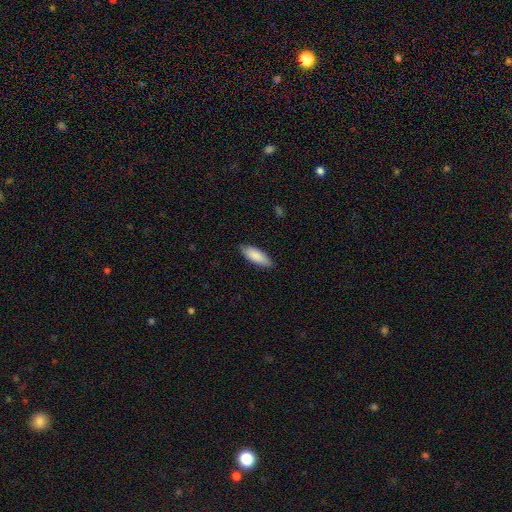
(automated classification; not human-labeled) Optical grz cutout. It shows a smooth galaxy with no disk features (88%) that is in between round and cigar-shaped (69%). Merging: none (86%).